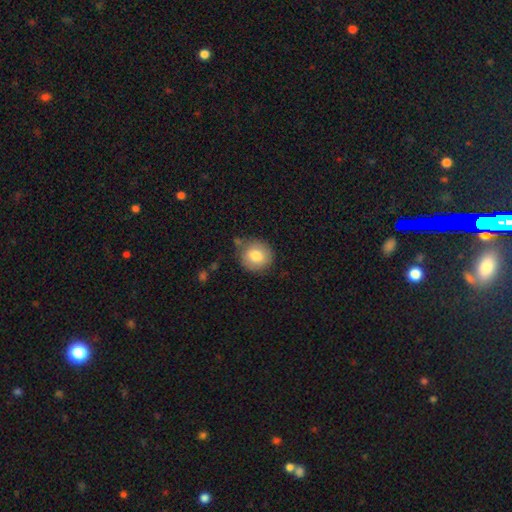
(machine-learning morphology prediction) smooth 80%, featured or disk 12%, star or artifact 8%. Down the decision tree: how rounded — round (88%); merging — none (78%).